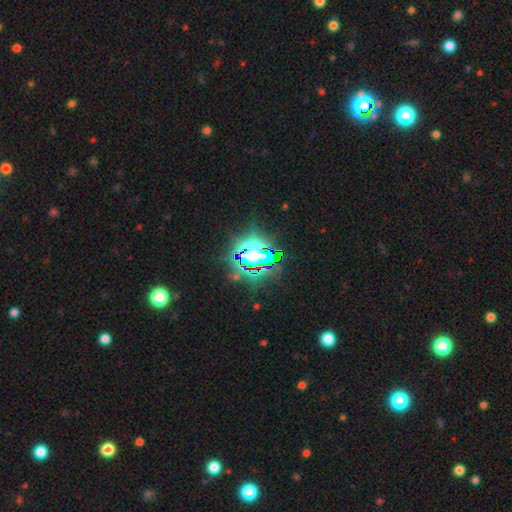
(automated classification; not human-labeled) Smooth or featured?
  - star or artifact: 67% *
  - smooth: 18%
  - featured or disk: 15%